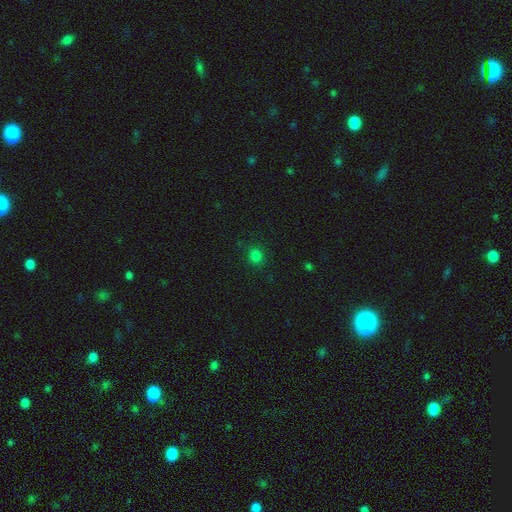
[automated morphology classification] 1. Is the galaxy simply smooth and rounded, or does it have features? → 79% smooth, 17% star or artifact, 4% featured or disk.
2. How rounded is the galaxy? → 81% round, 18% in between, 1% cigar-shaped.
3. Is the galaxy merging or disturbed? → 87% none, 9% minor disturbance, 3% major disturbance, 1% merger.